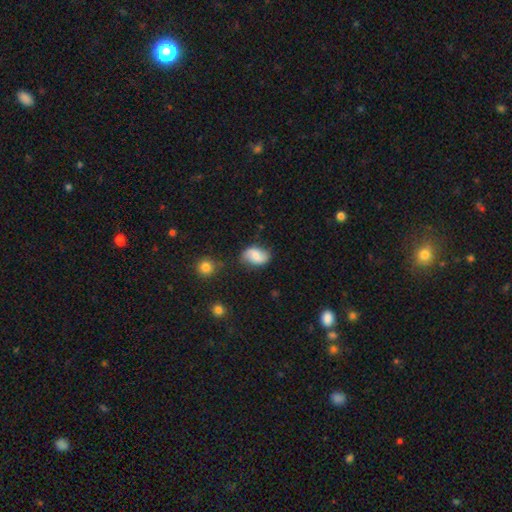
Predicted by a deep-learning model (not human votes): A smooth galaxy with no disk features (55%) that is in between round and cigar-shaped (85%).

Vote fractions:
- Smooth or featured? smooth: 55% / featured or disk: 37% / star or artifact: 8%
- How rounded? in between: 85% / round: 13% / cigar-shaped: 2%
- Merging? none: 70% / minor disturbance: 21% / major disturbance: 5% / merger: 4%